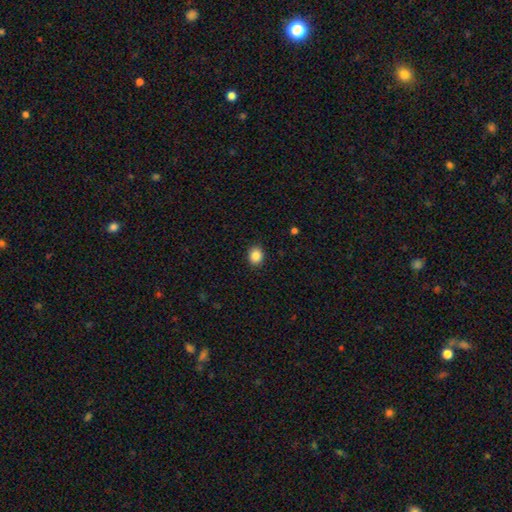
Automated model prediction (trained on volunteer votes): smooth-or-featured: smooth: 87% | star or artifact: 9% | featured or disk: 4%
  how-rounded: round: 61% | in between: 38% | cigar-shaped: 1%
  merging: none: 90% | minor disturbance: 7% | major disturbance: 2% | merger: 1%